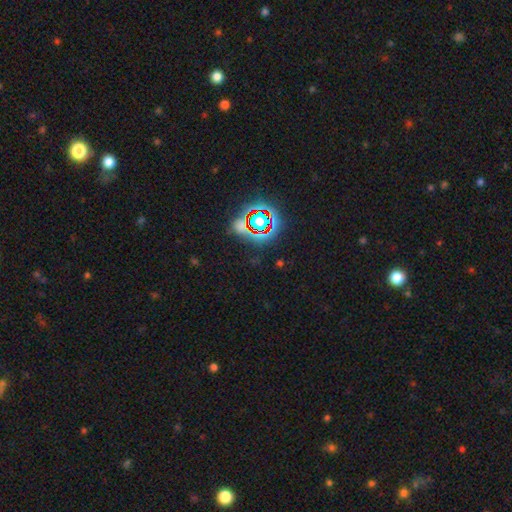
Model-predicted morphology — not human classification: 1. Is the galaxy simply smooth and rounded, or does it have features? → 78% star or artifact, 13% smooth, 9% featured or disk.